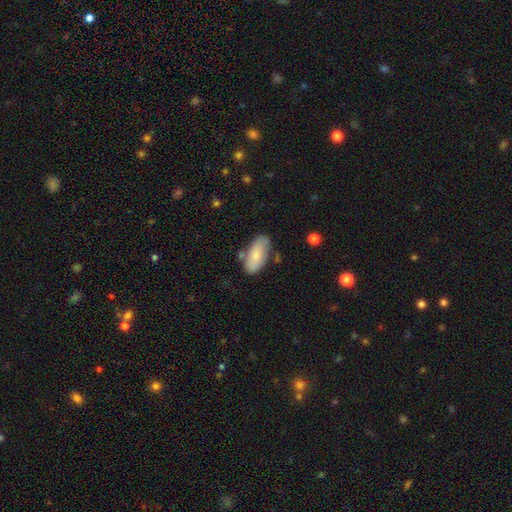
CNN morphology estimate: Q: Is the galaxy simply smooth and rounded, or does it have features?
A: smooth — 72%.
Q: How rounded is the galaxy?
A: in between — 90%.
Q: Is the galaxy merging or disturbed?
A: none — 65%.